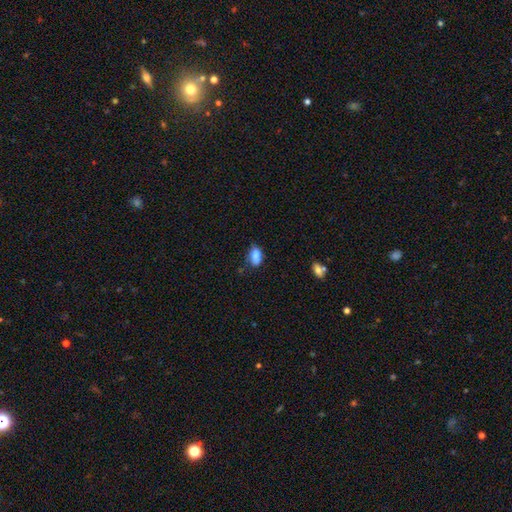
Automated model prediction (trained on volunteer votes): A smooth galaxy with no disk features (81%) that is in between round and cigar-shaped (89%).

Vote fractions:
- Smooth or featured? smooth: 81% / featured or disk: 10% / star or artifact: 9%
- How rounded? in between: 89% / round: 7% / cigar-shaped: 3%
- Merging? none: 55% / minor disturbance: 33% / major disturbance: 8% / merger: 5%